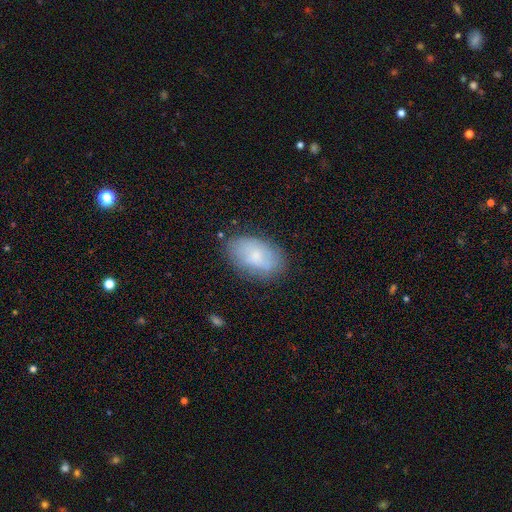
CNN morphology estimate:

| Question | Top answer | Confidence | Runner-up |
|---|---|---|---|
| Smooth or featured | smooth | 70% | featured or disk (23%) |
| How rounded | in between | 92% | round (7%) |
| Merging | none | 76% | minor disturbance (17%) |